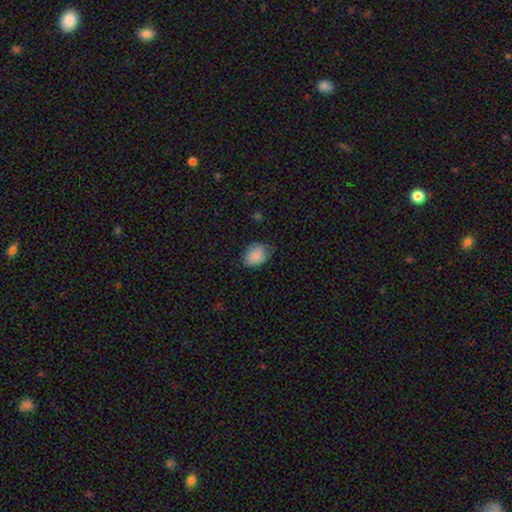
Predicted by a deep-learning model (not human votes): Overall: smooth (88%). How rounded: in between (67%; round 32%). Merging: none (66%; minor disturbance 28%).